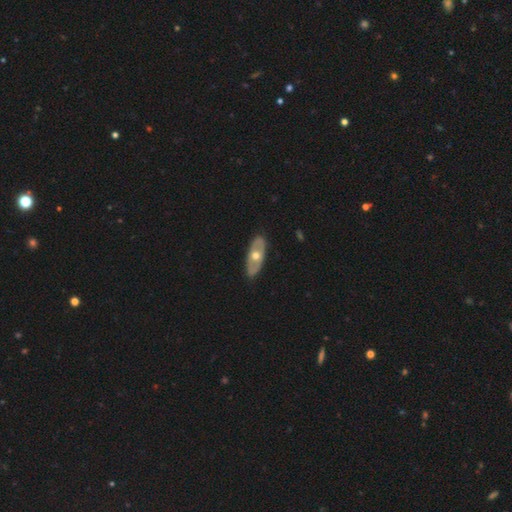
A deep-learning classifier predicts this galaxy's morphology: Smooth or featured? Predicted: featured or disk (p=0.56). Edge-on disk? Predicted: no (p=0.78). Merging? Predicted: none (p=0.86).